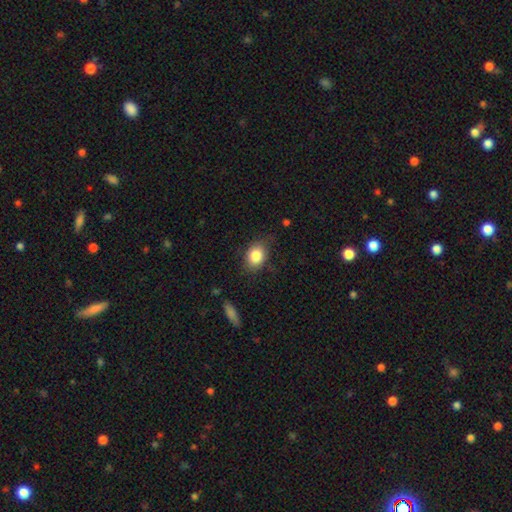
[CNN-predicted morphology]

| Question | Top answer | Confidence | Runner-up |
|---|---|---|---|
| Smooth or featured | smooth | 83% | star or artifact (8%) |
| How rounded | in between | 61% | round (37%) |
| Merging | none | 73% | minor disturbance (20%) |